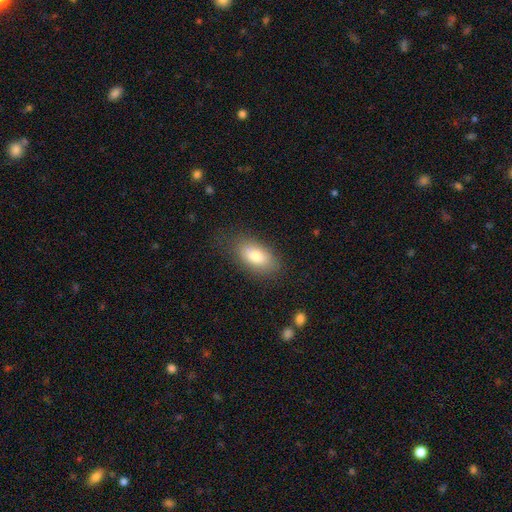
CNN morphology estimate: Overall: smooth (79%). How rounded: in between (90%). Merging: none (78%).